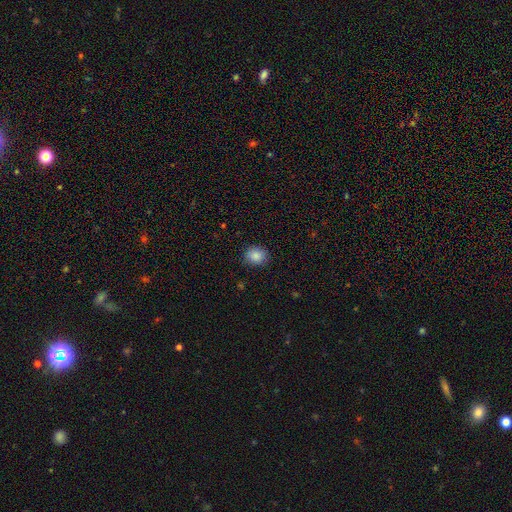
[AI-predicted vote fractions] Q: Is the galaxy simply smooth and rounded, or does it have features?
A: smooth — 87%.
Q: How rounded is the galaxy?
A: round — 69%.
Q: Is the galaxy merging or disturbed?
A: none — 86%.